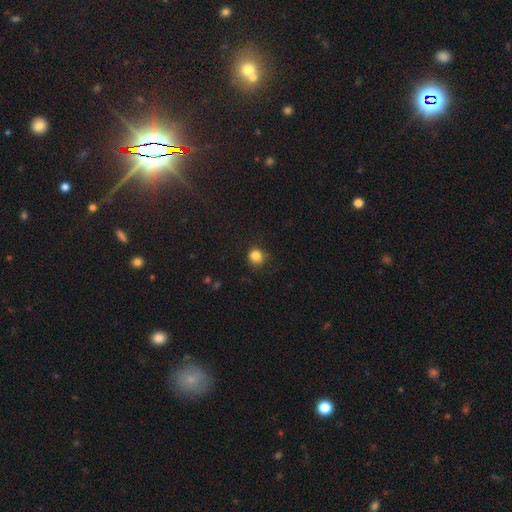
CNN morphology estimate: This is clearly a smooth galaxy (84%). How rounded: clearly round (84%). Merging: likely none (76%).